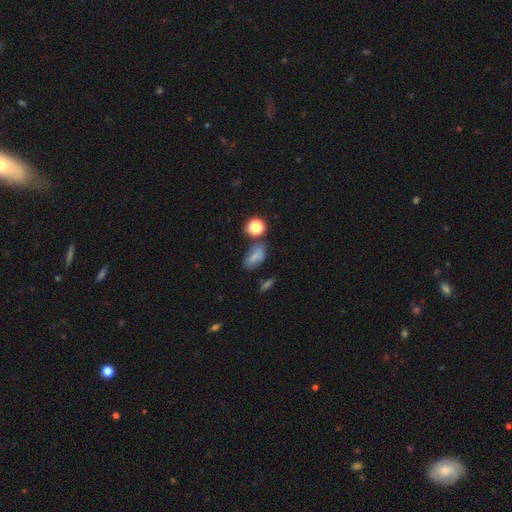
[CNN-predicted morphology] type=smooth (67%); roundness=in between (82%); merging=none (56%).